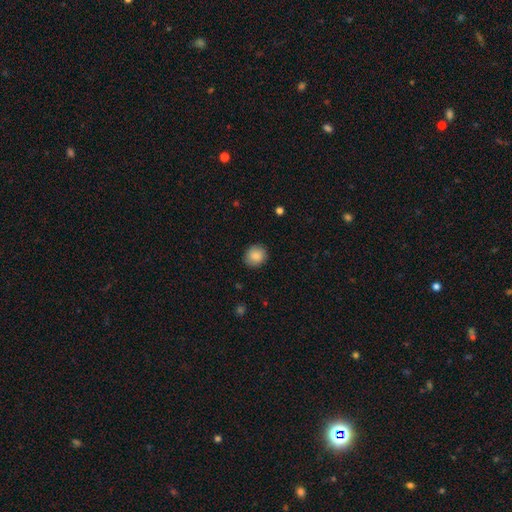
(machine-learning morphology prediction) This appears to be a smooth galaxy with no disk features (87%) that is round (83%). Merging: none (89%).